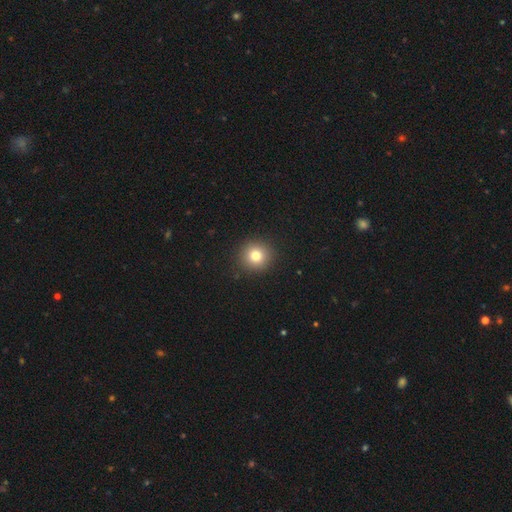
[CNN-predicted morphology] Smooth or featured?
  - smooth: 80% *
  - star or artifact: 12%
  - featured or disk: 8%
How rounded?
  - round: 93% *
  - in between: 6%
  - cigar-shaped: 1%
Merging?
  - none: 92% *
  - minor disturbance: 5%
  - major disturbance: 2%
  - merger: 1%